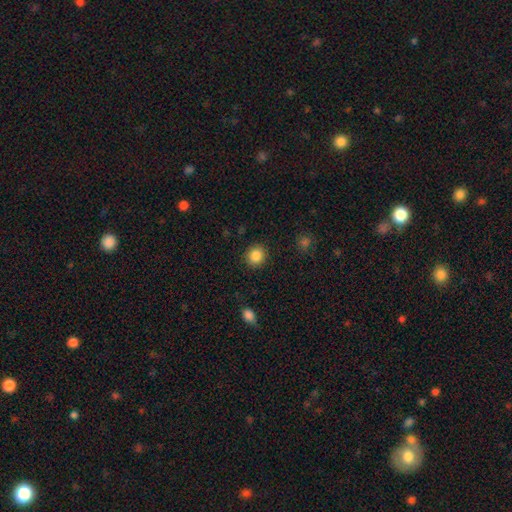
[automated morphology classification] type=smooth (86%); roundness=round (84%); merging=none (90%).